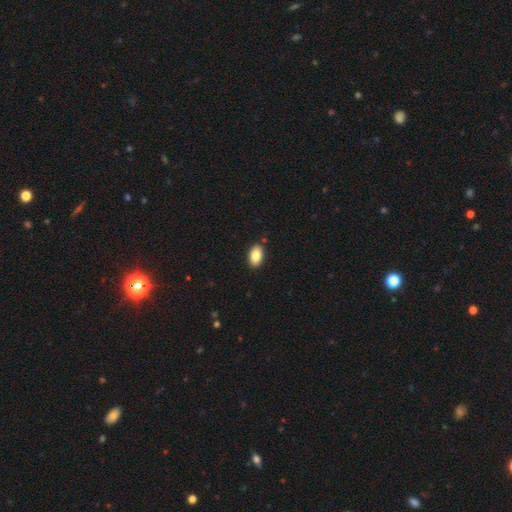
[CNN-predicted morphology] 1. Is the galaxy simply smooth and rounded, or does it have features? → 84% smooth, 9% featured or disk, 7% star or artifact.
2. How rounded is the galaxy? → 92% in between, 7% round, 2% cigar-shaped.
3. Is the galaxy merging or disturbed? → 88% none, 8% minor disturbance, 2% major disturbance, 1% merger.